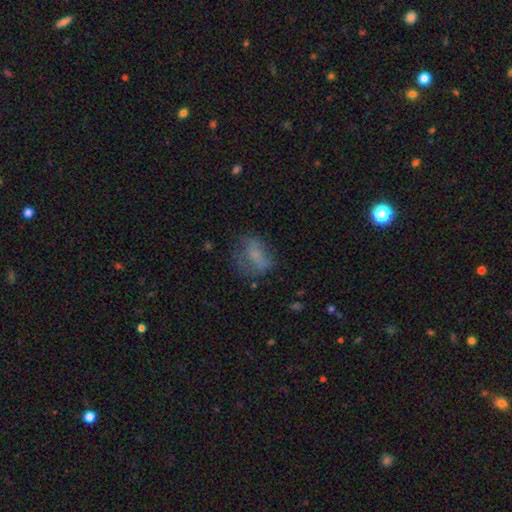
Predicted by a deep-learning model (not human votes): The model was most divided on "merging": none: 45%, major disturbance: 26%, minor disturbance: 25%, merger: 4%. More confident: how rounded — in between (67%); smooth or featured — smooth (54%).